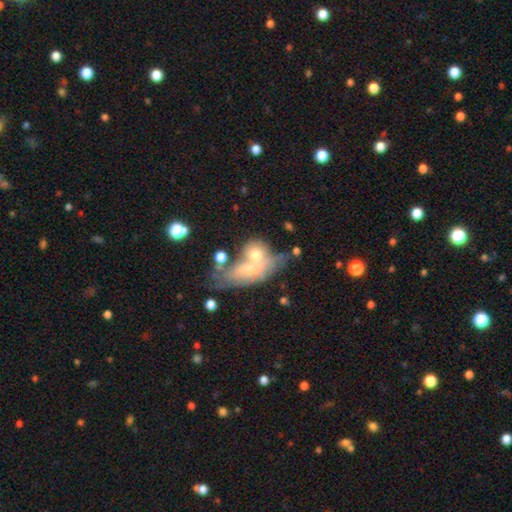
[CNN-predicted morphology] smooth_or_featured: smooth (p=0.59) [alt: featured or disk p=0.31]
how_rounded: in between (p=0.52) [alt: round p=0.41]
merging: merger (p=0.52) [alt: none p=0.22]